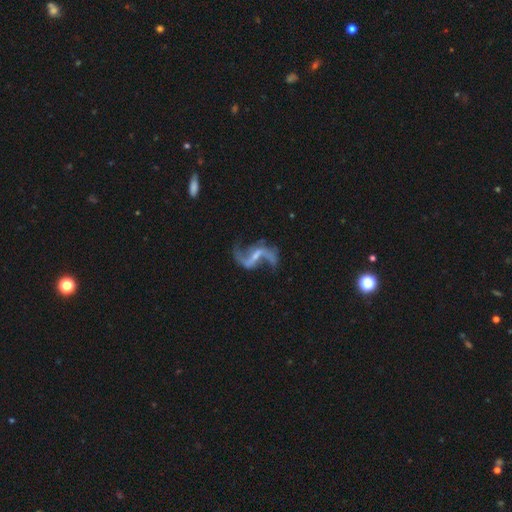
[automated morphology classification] featured or disk 90%, star or artifact 6%, smooth 4%. Down the decision tree: edge-on disk — no (97%); bar — weak (43%); spiral arms — yes (95%); spiral arm count — 2 (92%); spiral winding — loose (87%); bulge size — small (52%); merging — none (64%).